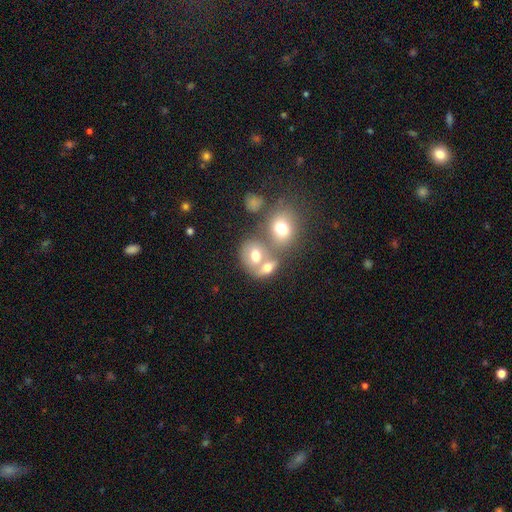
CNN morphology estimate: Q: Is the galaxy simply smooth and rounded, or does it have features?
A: smooth — 66%.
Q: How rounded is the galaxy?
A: round — 55%.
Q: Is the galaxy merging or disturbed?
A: merger — 51%.